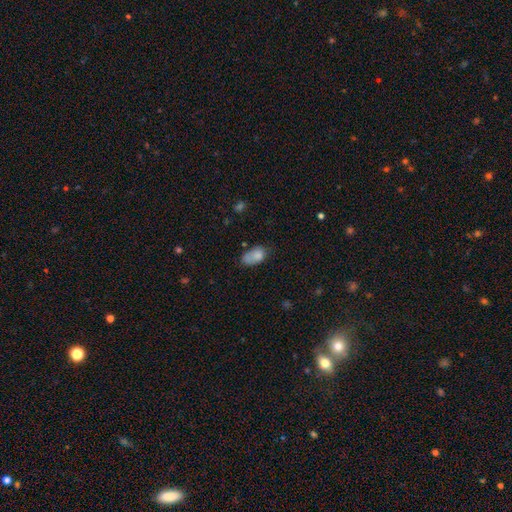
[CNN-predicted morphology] Overall: smooth (79%). How rounded: in between (90%). Merging: none (44%; minor disturbance 31%).